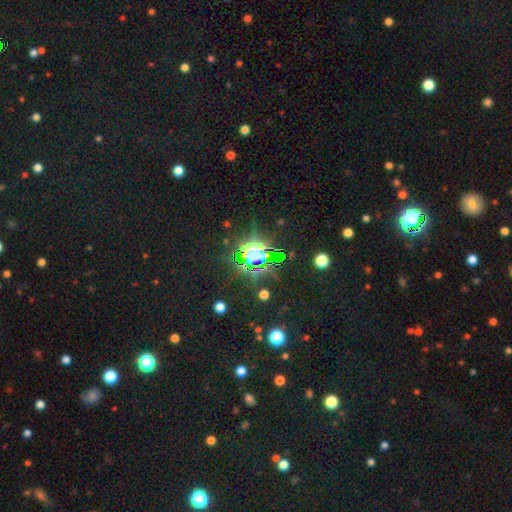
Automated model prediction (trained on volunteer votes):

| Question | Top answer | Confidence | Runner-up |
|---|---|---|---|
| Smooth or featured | star or artifact | 76% | smooth (15%) |